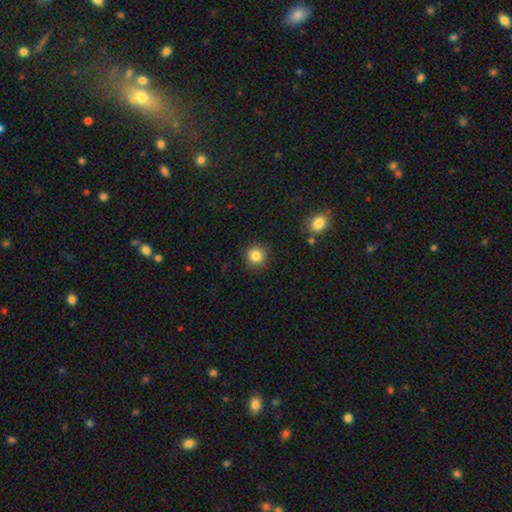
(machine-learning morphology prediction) A smooth galaxy with no disk features (84%) that is round (93%).

Vote fractions:
- Smooth or featured? smooth: 84% / star or artifact: 11% / featured or disk: 5%
- How rounded? round: 93% / in between: 6% / cigar-shaped: 1%
- Merging? none: 90% / minor disturbance: 6% / major disturbance: 2% / merger: 1%